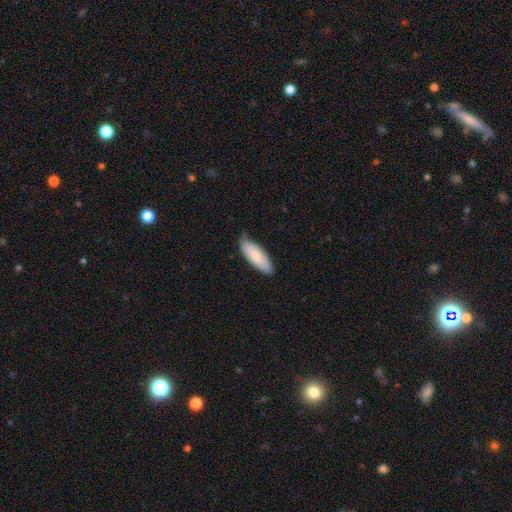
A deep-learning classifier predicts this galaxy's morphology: Smooth or featured: smooth — 83% (featured or disk — 12%)
How rounded: in between — 69% (cigar-shaped — 30%)
Merging: none — 76% (minor disturbance — 21%)